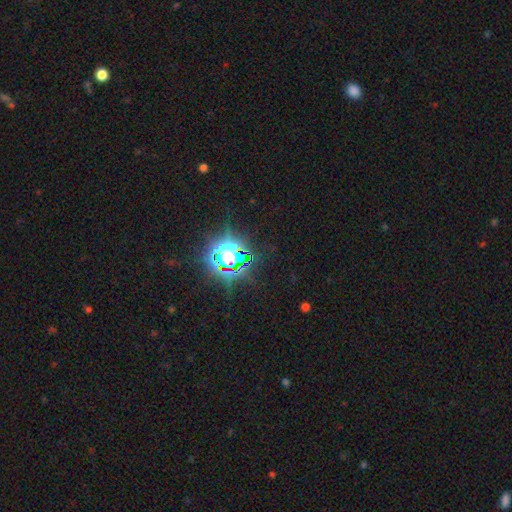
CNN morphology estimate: smooth-or-featured: star or artifact: 82% | smooth: 11% | featured or disk: 7%